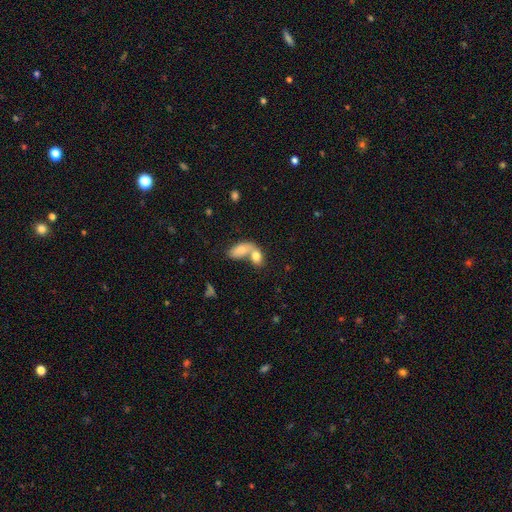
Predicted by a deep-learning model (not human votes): Smooth or featured? smooth (79%)
How rounded? in between (83%)
Merging? merger (70%)